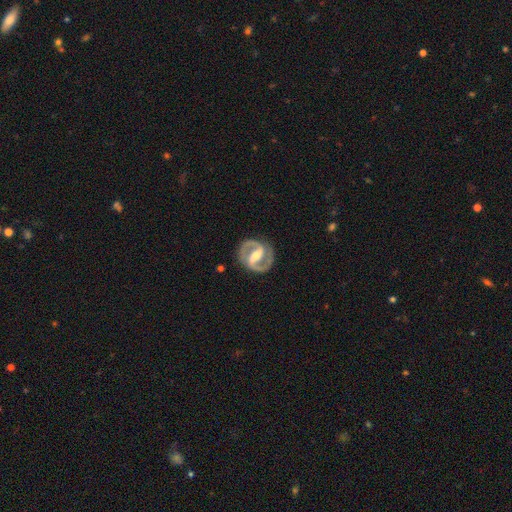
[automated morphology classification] A featured or disk galaxy (92%) with a strong bar (63%), 2 (94%) medium (55%) spiral arms (96%) and a moderate central bulge (63%).

Vote fractions:
- Smooth or featured? featured or disk: 92% / smooth: 5% / star or artifact: 3%
- Edge-on disk? no: 98% / yes: 2%
- Bar? strong: 63% / weak: 28% / no: 9%
- Spiral arms? yes: 96% / no: 4%
- Spiral winding? medium: 55% / tight: 35% / loose: 10%
- Spiral arm count? 2: 94% / can't tell: 2% / 1: 1% / 3: 1% / 4: 1% / more than 4: 1%
- Bulge size? moderate: 63% / small: 27% / large: 6% / none: 2% / dominant: 1%
- Merging? none: 87% / minor disturbance: 8% / major disturbance: 3% / merger: 1%